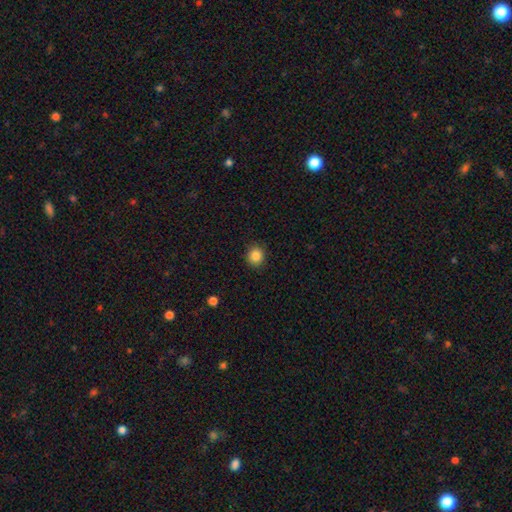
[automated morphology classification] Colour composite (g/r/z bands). It shows a smooth galaxy with no disk features (87%) that is round (82%). Merging: none (89%).